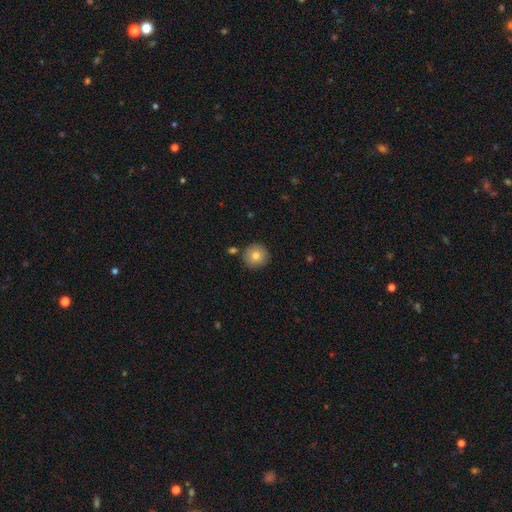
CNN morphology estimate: The model was most divided on "smooth or featured": smooth: 81%, featured or disk: 10%, star or artifact: 9%. More confident: how rounded — round (95%); merging — none (86%).